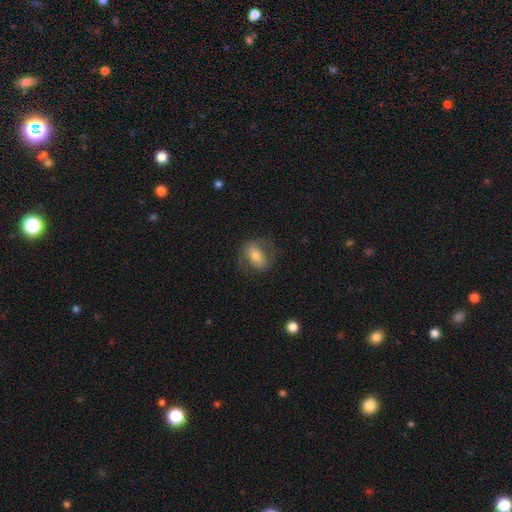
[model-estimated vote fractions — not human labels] smooth_or_featured: smooth (p=0.61) [alt: featured or disk p=0.32]
how_rounded: in between (p=0.72) [alt: round p=0.26]
merging: none (p=0.70) [alt: minor disturbance p=0.18]